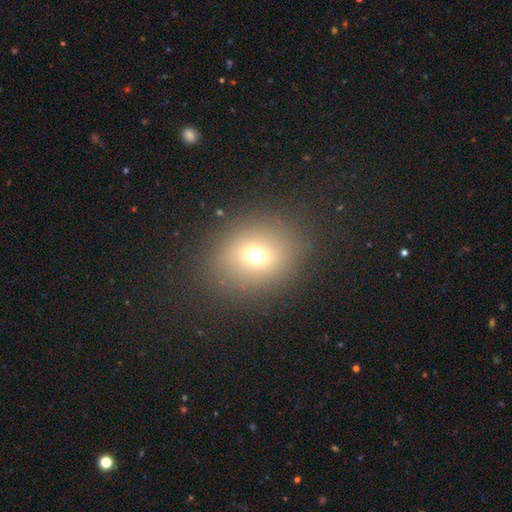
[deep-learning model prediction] Smooth or featured? smooth (68%)
How rounded? round (64%)
Merging? none (85%)